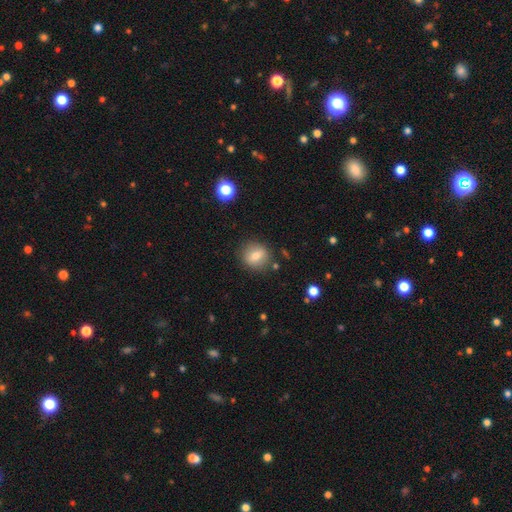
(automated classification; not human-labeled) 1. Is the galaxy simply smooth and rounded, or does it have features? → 72% smooth, 18% featured or disk, 9% star or artifact.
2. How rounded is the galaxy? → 73% round, 26% in between, 2% cigar-shaped.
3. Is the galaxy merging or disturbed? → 84% none, 10% minor disturbance, 3% major disturbance, 2% merger.